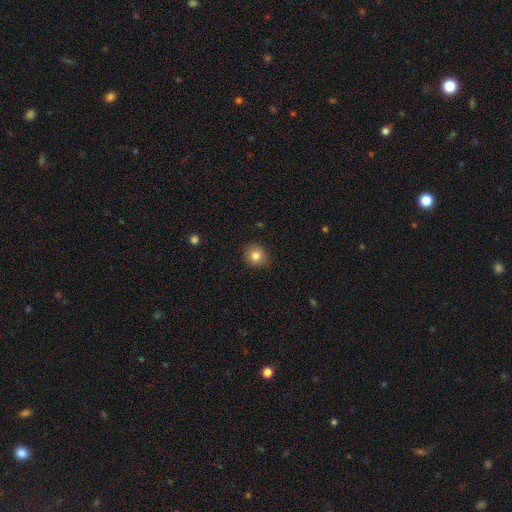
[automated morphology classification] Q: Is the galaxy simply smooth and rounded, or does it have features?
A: smooth — 83%.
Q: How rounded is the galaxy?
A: round — 84%.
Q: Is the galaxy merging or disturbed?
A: none — 86%.